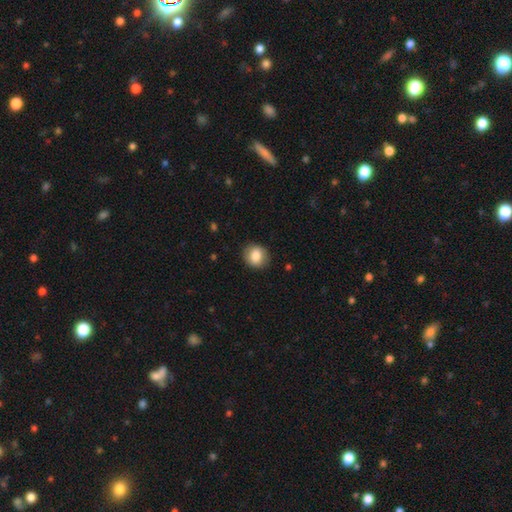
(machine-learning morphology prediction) Smooth or featured: smooth — 84% (featured or disk — 8%)
How rounded: round — 76% (in between — 23%)
Merging: none — 87% (minor disturbance — 9%)